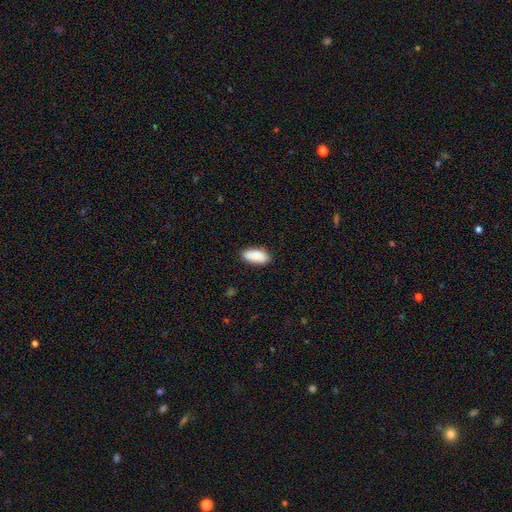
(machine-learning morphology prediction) Smooth or featured: smooth — 89% (star or artifact — 6%)
How rounded: in between — 92% (cigar-shaped — 6%)
Merging: none — 87% (minor disturbance — 10%)